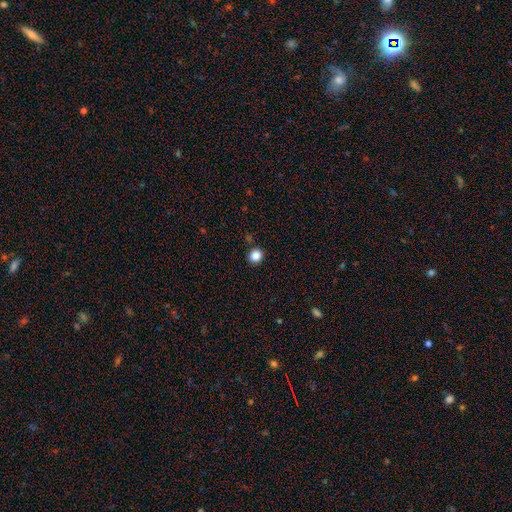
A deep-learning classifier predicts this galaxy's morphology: smooth_or_featured: smooth (p=0.85) [alt: star or artifact p=0.11]
how_rounded: round (p=0.84) [alt: in between p=0.15]
merging: none (p=0.87) [alt: minor disturbance p=0.08]